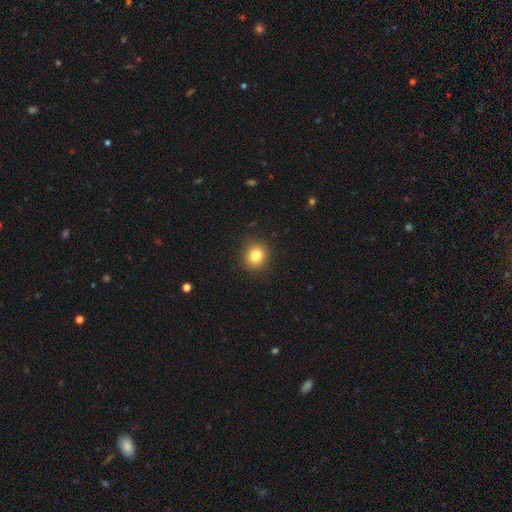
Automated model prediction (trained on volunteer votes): Q: Smooth or featured?
A: smooth (82%); runner-up: star or artifact (11%)
Q: How rounded?
A: round (87%); runner-up: in between (13%)
Q: Merging?
A: none (90%); runner-up: minor disturbance (6%)